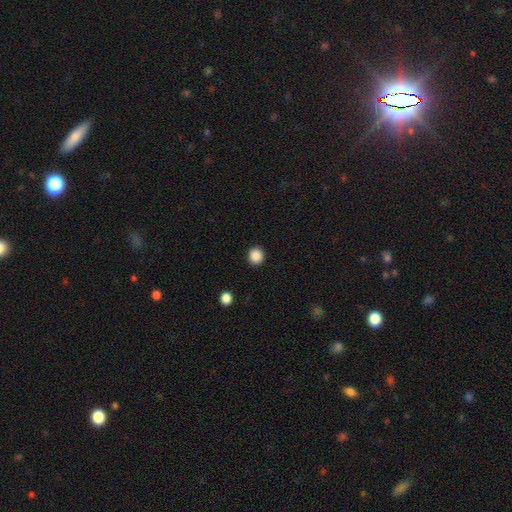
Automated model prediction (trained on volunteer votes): smooth_or_featured: smooth (p=0.88) [alt: star or artifact p=0.10]
how_rounded: round (p=0.88) [alt: in between p=0.11]
merging: none (p=0.92) [alt: minor disturbance p=0.05]